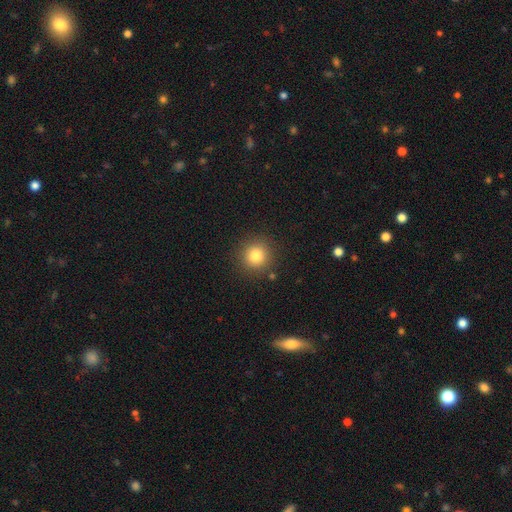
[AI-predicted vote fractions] smooth_or_featured: smooth (p=0.81) [alt: star or artifact p=0.13]
how_rounded: round (p=0.93) [alt: in between p=0.06]
merging: none (p=0.89) [alt: minor disturbance p=0.07]